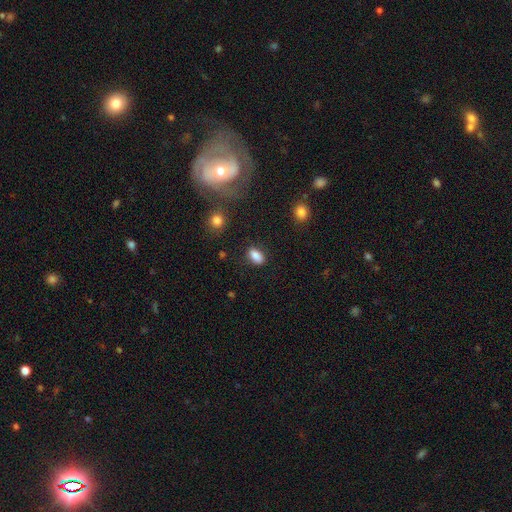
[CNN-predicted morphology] Smooth or featured?
  - smooth: 86% *
  - star or artifact: 9%
  - featured or disk: 5%
How rounded?
  - in between: 89% *
  - round: 8%
  - cigar-shaped: 4%
Merging?
  - none: 82% *
  - minor disturbance: 12%
  - major disturbance: 3%
  - merger: 2%